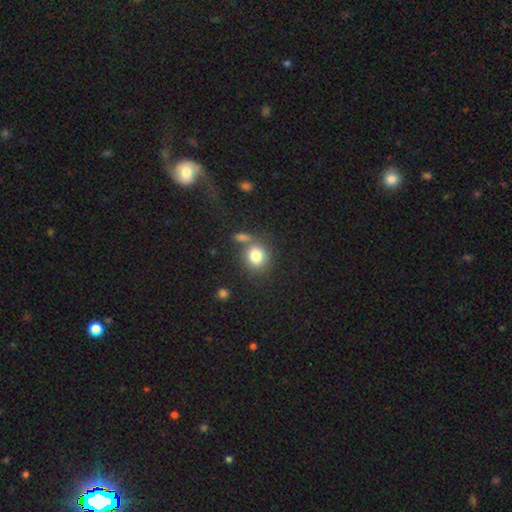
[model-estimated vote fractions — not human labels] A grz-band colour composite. It shows a smooth galaxy with no disk features (82%) that is round (71%). Merging: none (60%).